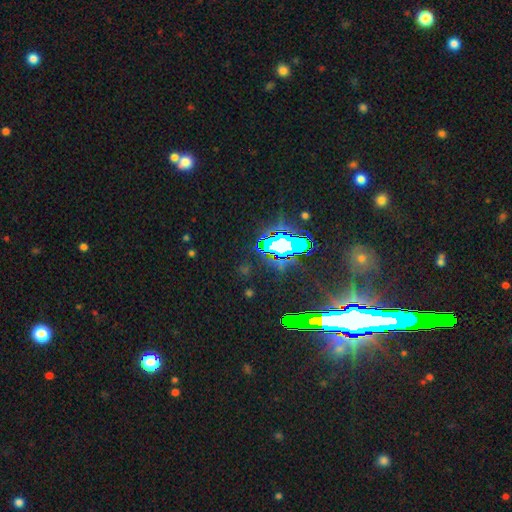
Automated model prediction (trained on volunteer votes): Smooth or featured: star or artifact — 79% (featured or disk — 11%)